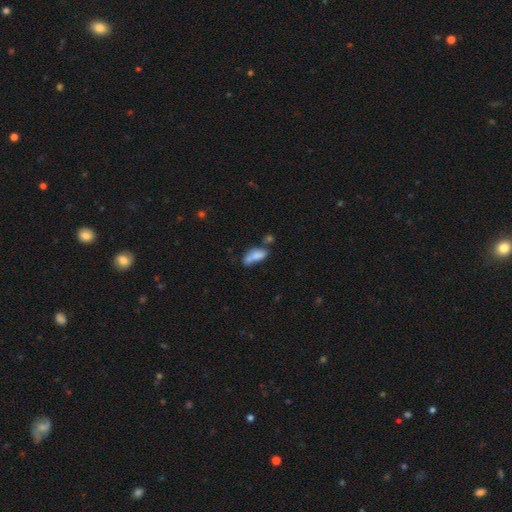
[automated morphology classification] A smooth galaxy with no disk features (76%) that is in between round and cigar-shaped (76%). Merging: none (34%).